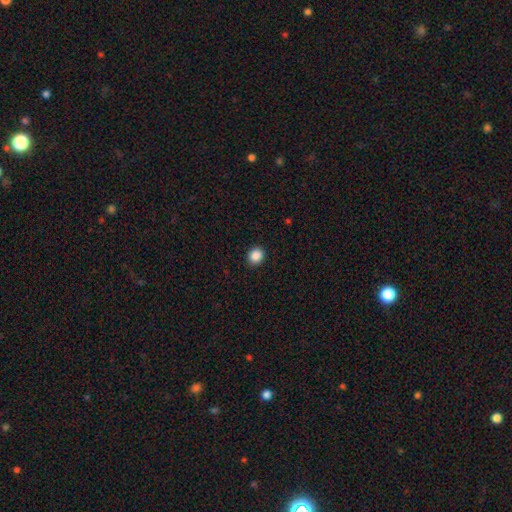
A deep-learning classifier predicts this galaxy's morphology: Smooth or featured? smooth (88%)
How rounded? round (77%)
Merging? none (92%)